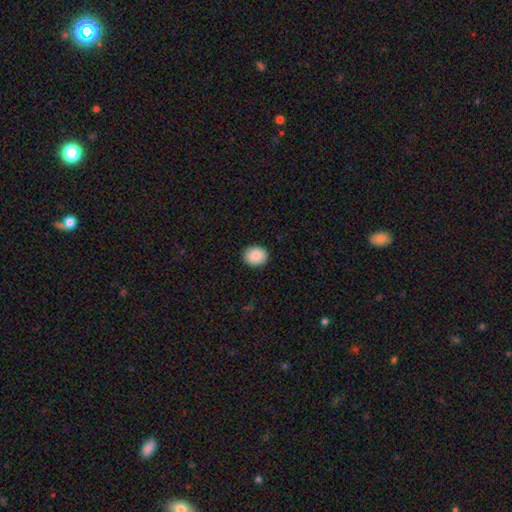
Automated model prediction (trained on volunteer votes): Overall: smooth (88%). How rounded: round (68%; in between 31%). Merging: none (91%).